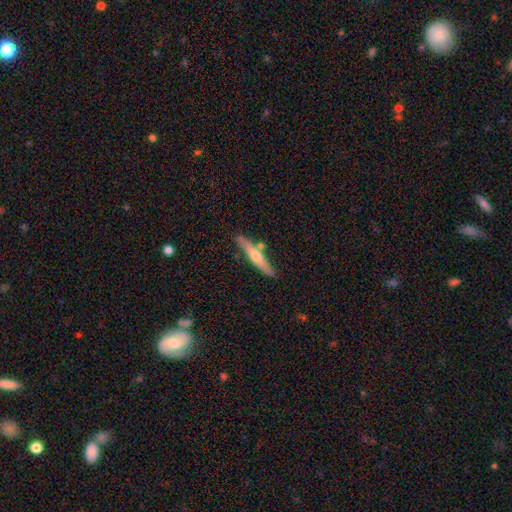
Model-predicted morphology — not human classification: Q: Smooth or featured?
A: smooth (49%); runner-up: featured or disk (46%)
Q: Merging?
A: none (79%); runner-up: minor disturbance (11%)